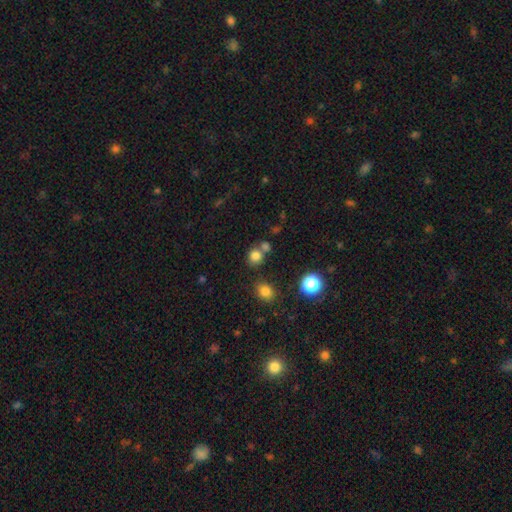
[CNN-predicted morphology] Smooth or featured? Predicted: smooth (p=0.78). How rounded? Predicted: round (p=0.79). Merging? Predicted: none (p=0.61).